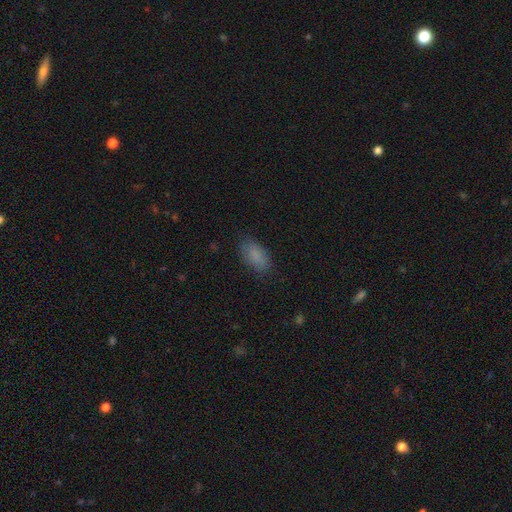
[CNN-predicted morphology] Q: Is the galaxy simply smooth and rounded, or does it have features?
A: smooth — 85%.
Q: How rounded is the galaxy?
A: in between — 91%.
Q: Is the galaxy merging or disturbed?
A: none — 83%.